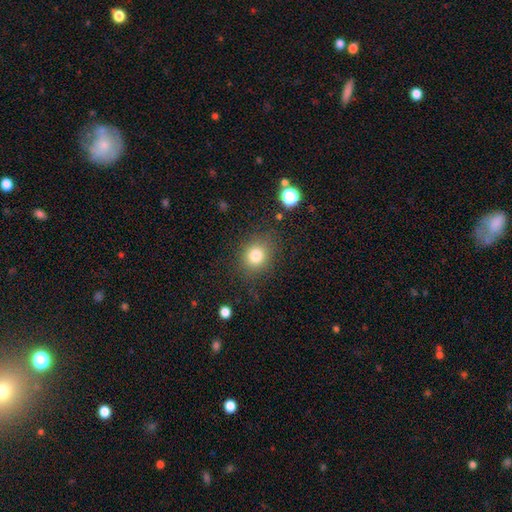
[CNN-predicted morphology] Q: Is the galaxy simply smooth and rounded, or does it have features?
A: smooth — 80%.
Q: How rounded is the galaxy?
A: round — 73%.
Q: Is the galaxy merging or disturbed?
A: none — 80%.